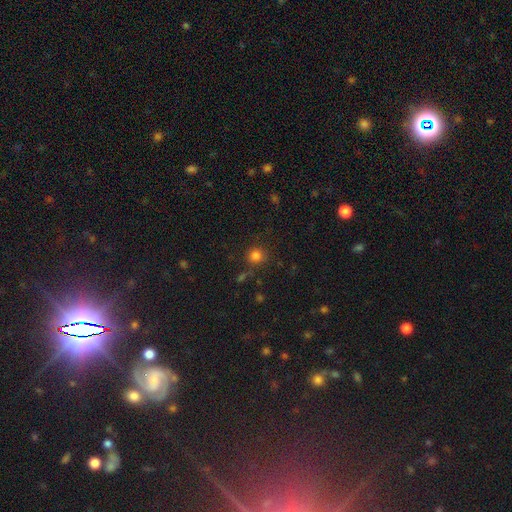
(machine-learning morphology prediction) A smooth galaxy with no disk features (81%) that is round (91%). Merging: none (81%).